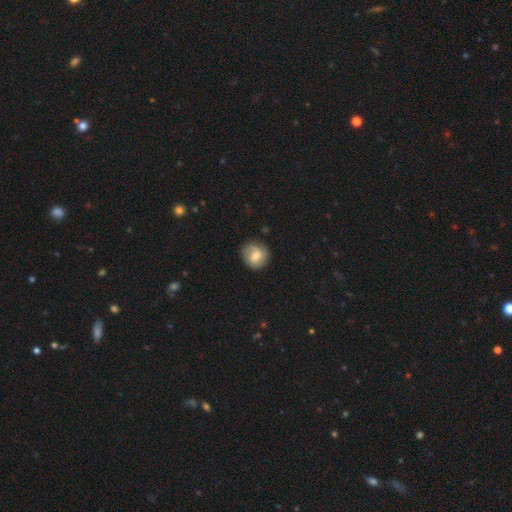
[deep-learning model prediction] The model was most divided on "smooth or featured": smooth: 51%, featured or disk: 41%, star or artifact: 7%. More confident: how rounded — round (84%); merging — none (80%).